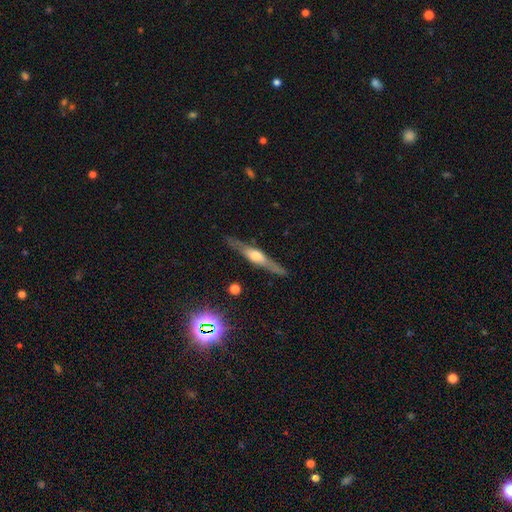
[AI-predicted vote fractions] Smooth or featured? featured or disk (71%)
Edge-on disk? yes (96%)
Edge-on bulge? rounded (86%)
Merging? none (86%)